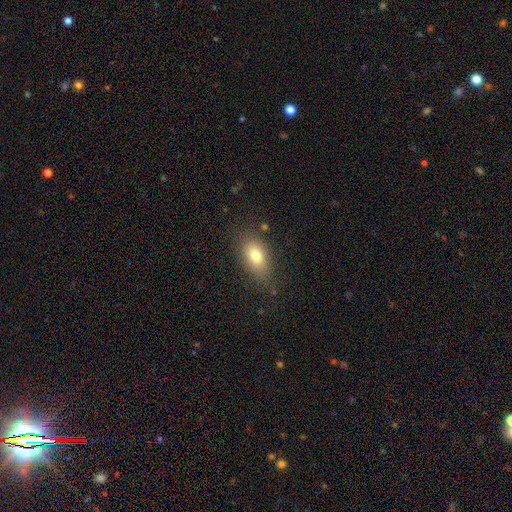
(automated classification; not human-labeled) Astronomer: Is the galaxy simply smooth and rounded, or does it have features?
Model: smooth — 77%.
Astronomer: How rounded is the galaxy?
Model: in between — 86%.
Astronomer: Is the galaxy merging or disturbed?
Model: none — 77%.